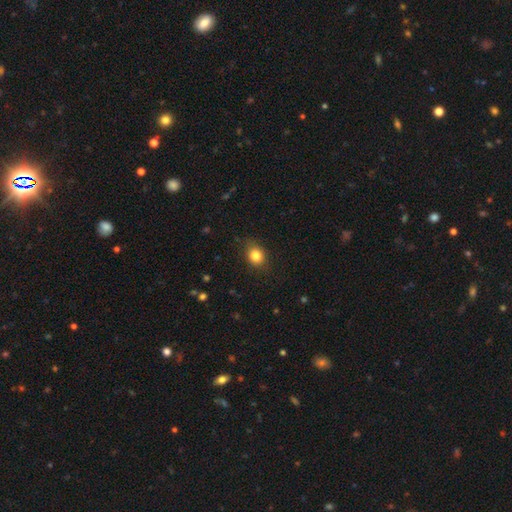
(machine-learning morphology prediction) smooth-or-featured: smooth: 83% | star or artifact: 10% | featured or disk: 6%
  how-rounded: round: 58% | in between: 41% | cigar-shaped: 1%
  merging: none: 82% | minor disturbance: 13% | major disturbance: 3% | merger: 1%